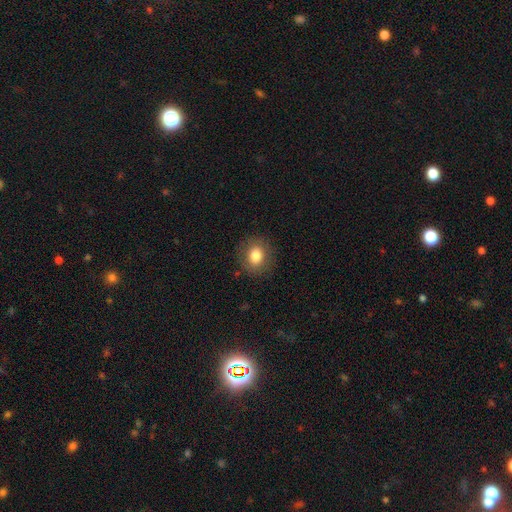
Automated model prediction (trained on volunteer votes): The model was most divided on "how rounded": round: 72%, in between: 27%, cigar-shaped: 1%. More confident: merging — none (87%); smooth or featured — smooth (80%).